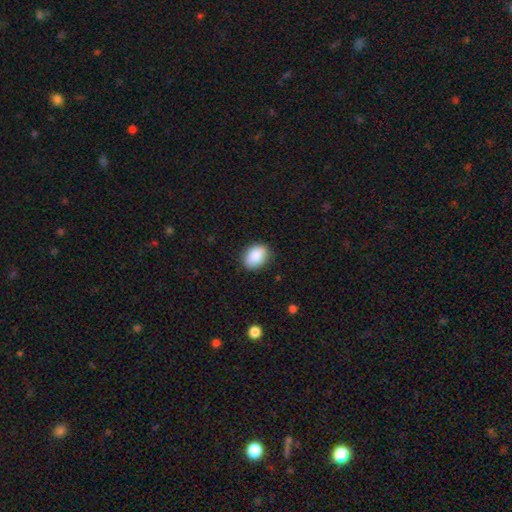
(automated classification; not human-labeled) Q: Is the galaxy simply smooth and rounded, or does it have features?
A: smooth — 89%.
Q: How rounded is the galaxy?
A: in between — 74%.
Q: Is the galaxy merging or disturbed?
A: none — 86%.